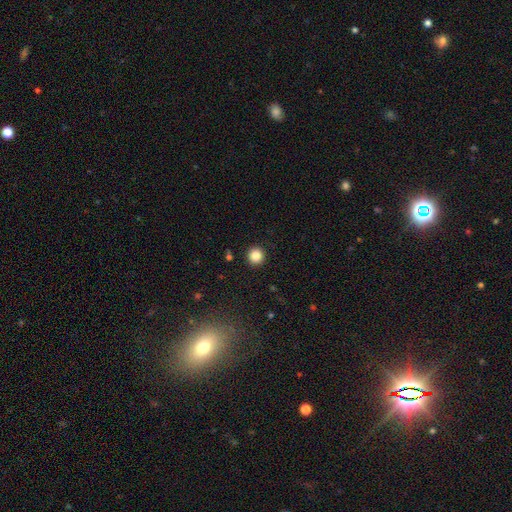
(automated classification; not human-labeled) smooth 85%, star or artifact 11%, featured or disk 4%. Down the decision tree: how rounded — round (95%); merging — none (93%).